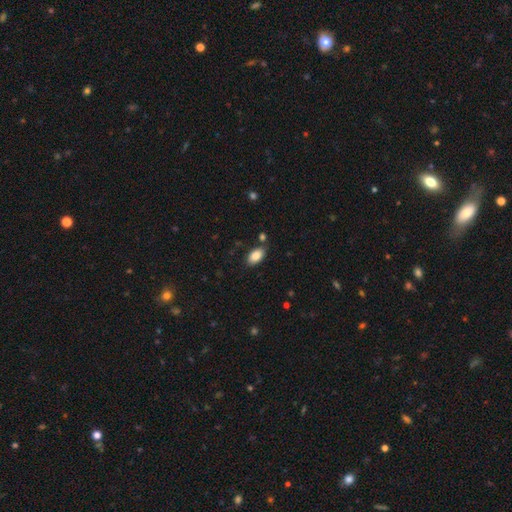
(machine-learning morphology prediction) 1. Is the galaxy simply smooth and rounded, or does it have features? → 86% smooth, 7% star or artifact, 6% featured or disk.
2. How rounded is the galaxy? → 93% in between, 4% round, 3% cigar-shaped.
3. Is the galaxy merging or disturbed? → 80% none, 12% minor disturbance, 5% merger, 3% major disturbance.